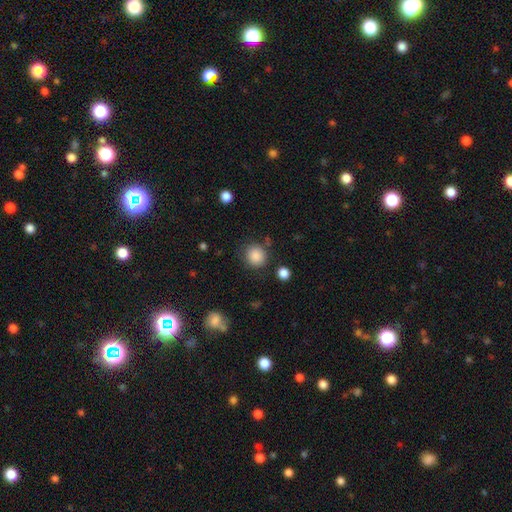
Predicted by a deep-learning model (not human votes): Smooth or featured?
  - smooth: 87% *
  - star or artifact: 9%
  - featured or disk: 4%
How rounded?
  - round: 89% *
  - in between: 10%
  - cigar-shaped: 1%
Merging?
  - none: 83% *
  - minor disturbance: 10%
  - major disturbance: 4%
  - merger: 4%